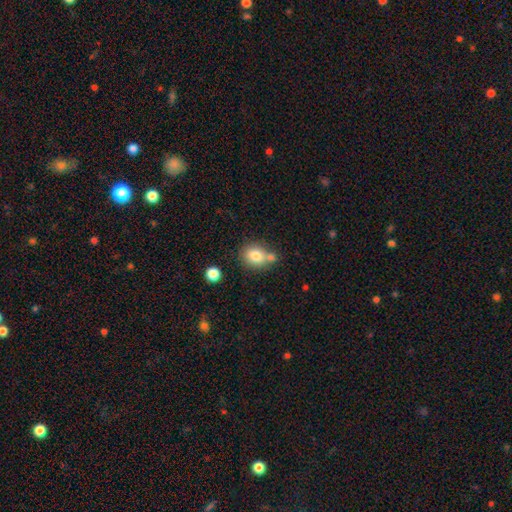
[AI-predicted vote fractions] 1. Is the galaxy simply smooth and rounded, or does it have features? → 80% smooth, 10% featured or disk, 10% star or artifact.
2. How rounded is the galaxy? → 62% round, 37% in between, 1% cigar-shaped.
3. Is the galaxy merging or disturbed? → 55% none, 27% merger, 14% minor disturbance, 4% major disturbance.